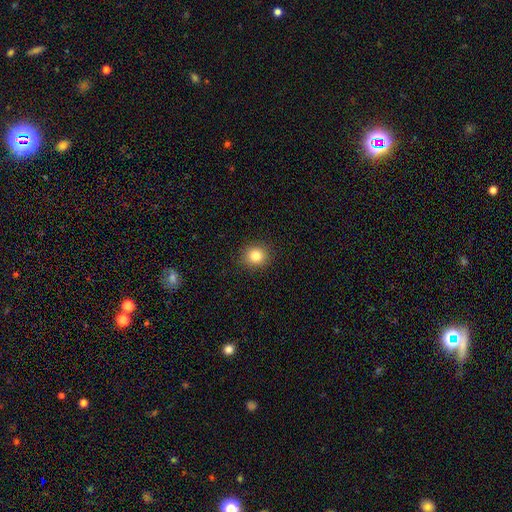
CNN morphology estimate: Smooth or featured? Predicted: smooth (p=0.82). How rounded? Predicted: round (p=0.84). Merging? Predicted: none (p=0.91).